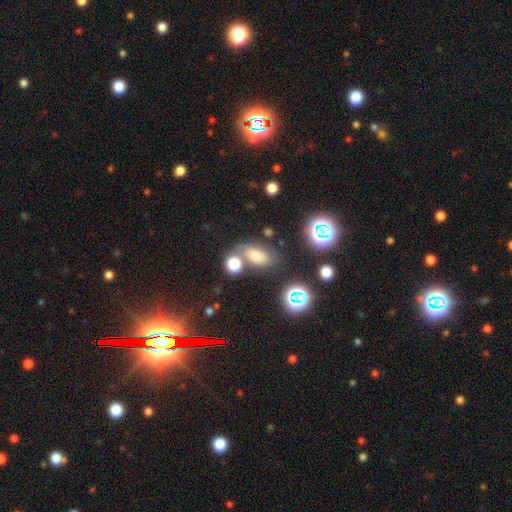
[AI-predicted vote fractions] smooth 59%, star or artifact 30%, featured or disk 11%. Down the decision tree: how rounded — in between (83%); merging — none (70%).